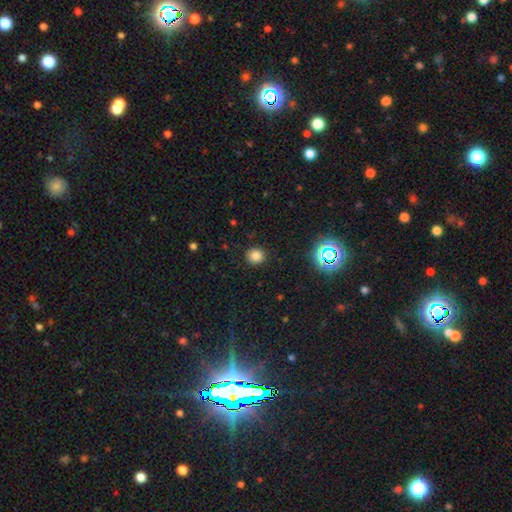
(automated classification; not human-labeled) Morphology: type=smooth (80%); roundness=round (85%); merging=none (89%).